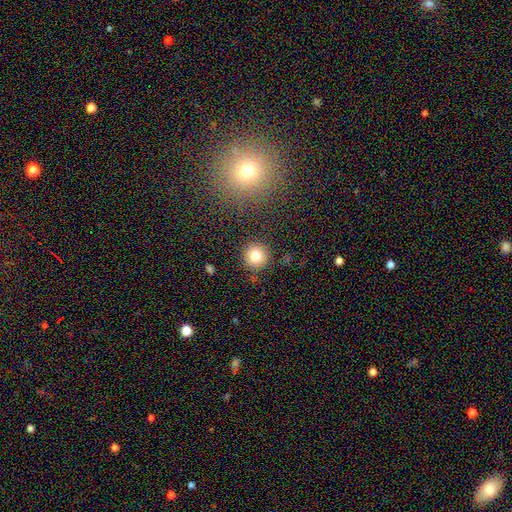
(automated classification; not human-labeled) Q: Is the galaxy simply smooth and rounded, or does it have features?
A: smooth — 80%.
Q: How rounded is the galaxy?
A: round — 94%.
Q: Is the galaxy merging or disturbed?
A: none — 88%.